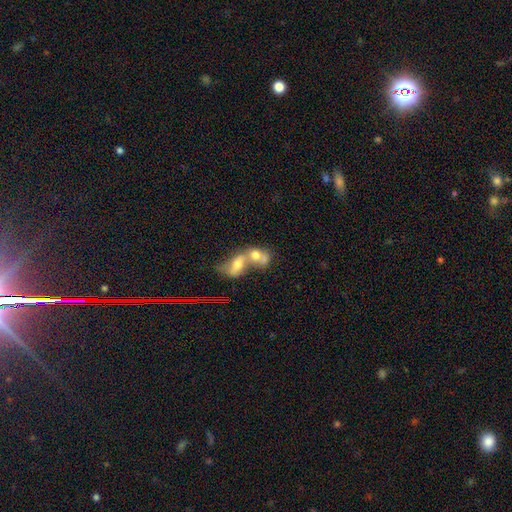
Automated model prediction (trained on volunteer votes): smooth 57%, featured or disk 31%, star or artifact 12%. Down the decision tree: how rounded — in between (65%); merging — merger (78%).